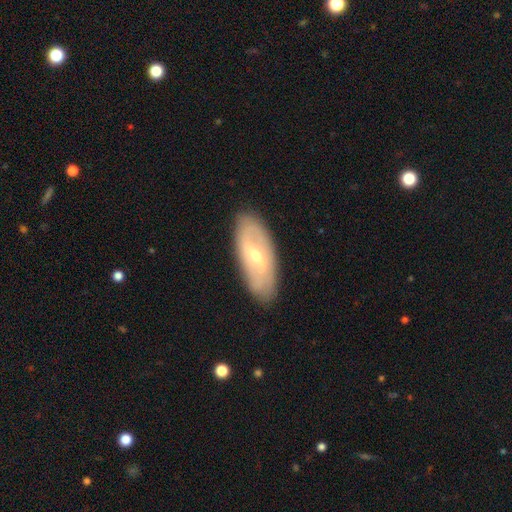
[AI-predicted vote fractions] Smooth or featured? Predicted: featured or disk (p=0.64). Edge-on disk? Predicted: no (p=0.87). Bar? Predicted: weak (p=0.51). Spiral arms? Predicted: yes (p=0.63). Bulge size? Predicted: small (p=0.55). Merging? Predicted: none (p=0.85).